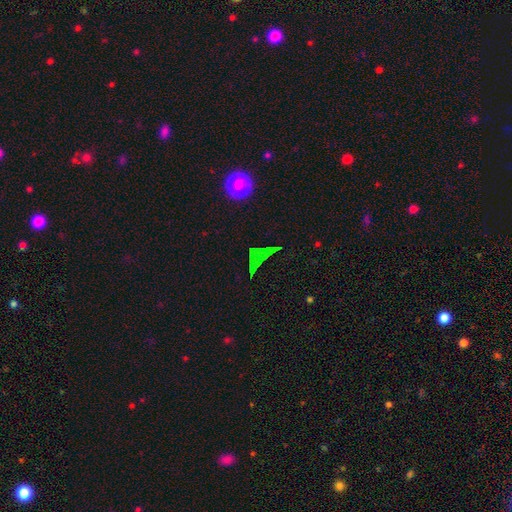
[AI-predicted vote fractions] smooth_or_featured: star or artifact (p=0.65) [alt: smooth p=0.22]